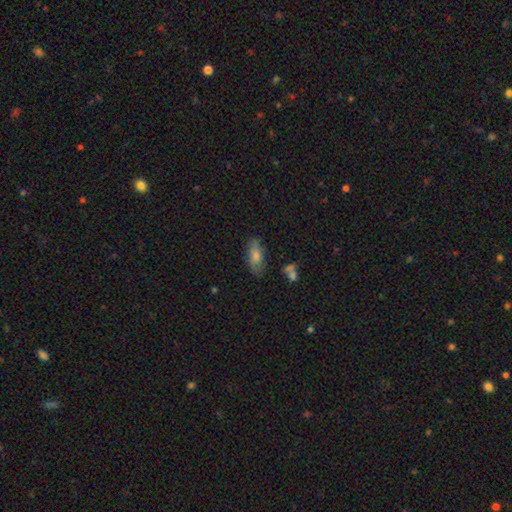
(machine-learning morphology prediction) Smooth or featured? smooth (65%)
How rounded? in between (75%)
Merging? none (76%)